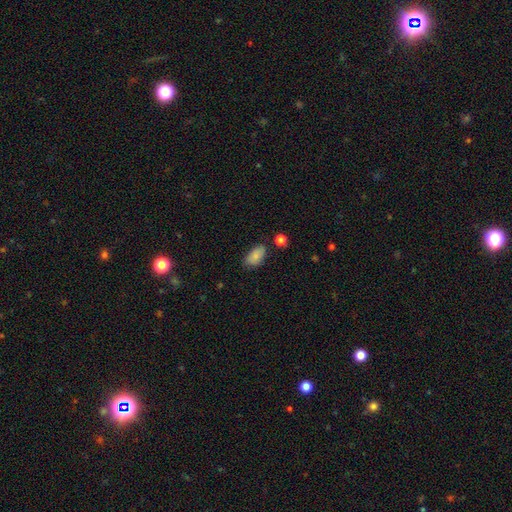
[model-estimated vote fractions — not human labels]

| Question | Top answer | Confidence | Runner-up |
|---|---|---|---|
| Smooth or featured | smooth | 82% | featured or disk (10%) |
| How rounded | in between | 92% | round (6%) |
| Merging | none | 69% | minor disturbance (24%) |